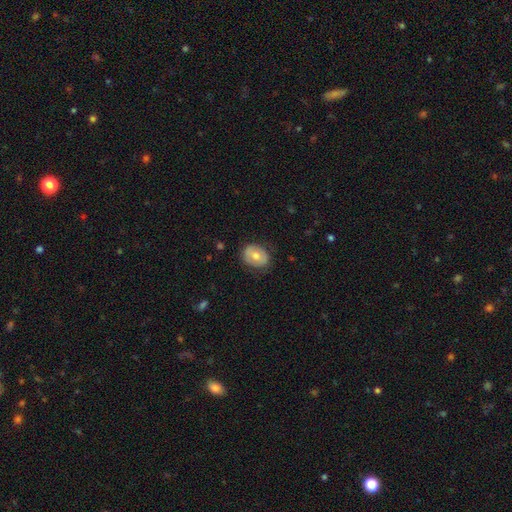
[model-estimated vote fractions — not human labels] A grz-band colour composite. It shows a smooth galaxy with no disk features (62%) that is in between round and cigar-shaped (56%). Merging: none (78%).